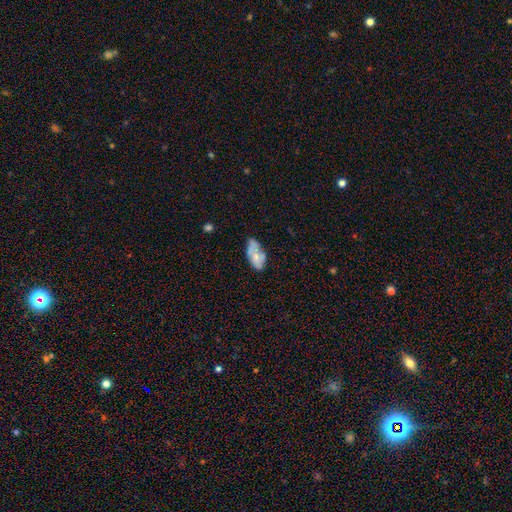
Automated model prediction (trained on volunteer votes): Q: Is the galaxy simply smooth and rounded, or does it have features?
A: smooth — 61%.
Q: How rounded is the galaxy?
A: in between — 91%.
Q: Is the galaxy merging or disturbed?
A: none — 45%.